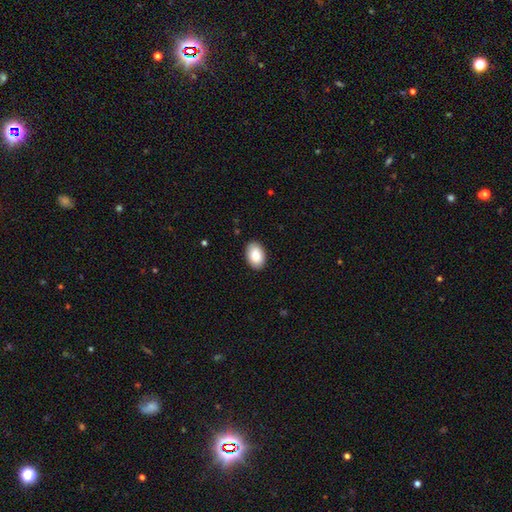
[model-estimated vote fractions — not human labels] Smooth or featured: smooth — 87% (featured or disk — 7%)
How rounded: in between — 91% (round — 8%)
Merging: none — 90% (minor disturbance — 8%)